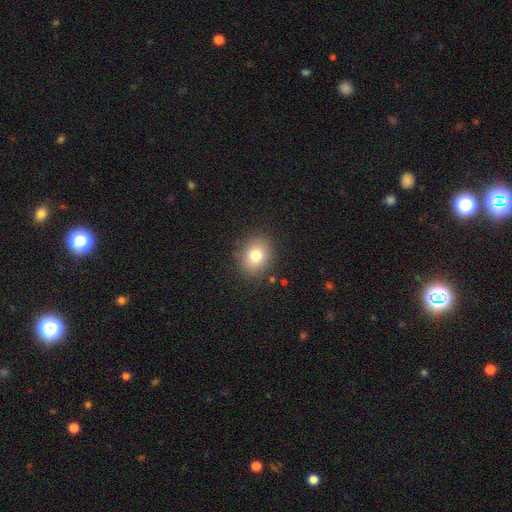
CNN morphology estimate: Overall: smooth (78%). How rounded: round (56%; in between 43%). Merging: none (87%).